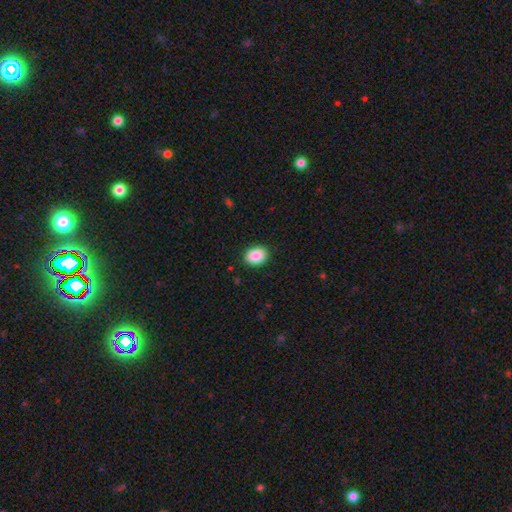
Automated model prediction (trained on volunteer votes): This appears to be a smooth galaxy with no disk features (89%) that is in between round and cigar-shaped (69%). Merging: none (89%).